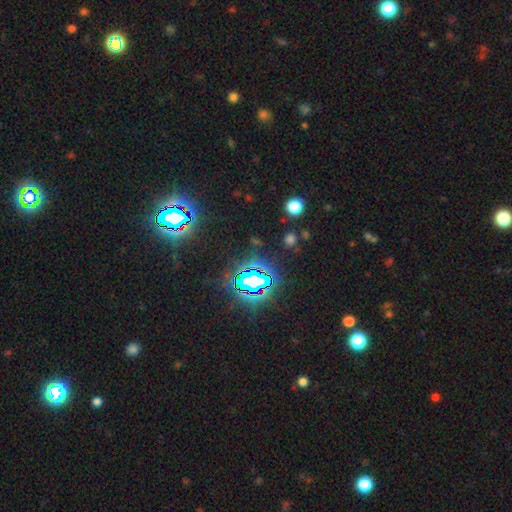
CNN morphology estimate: Q: Smooth or featured?
A: star or artifact (80%); runner-up: smooth (12%)